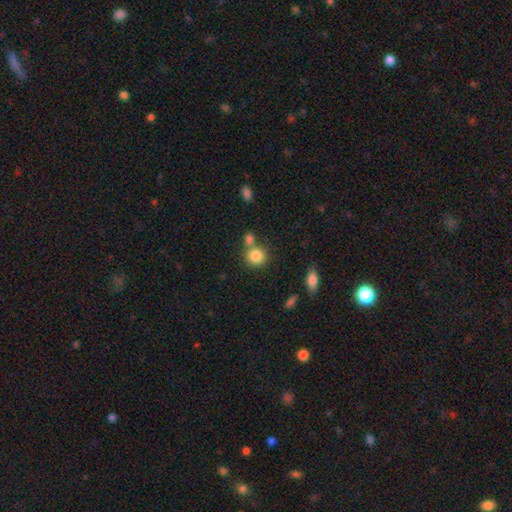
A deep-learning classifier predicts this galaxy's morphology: A smooth galaxy with no disk features (84%) that is round (83%). Merging: none (58%).